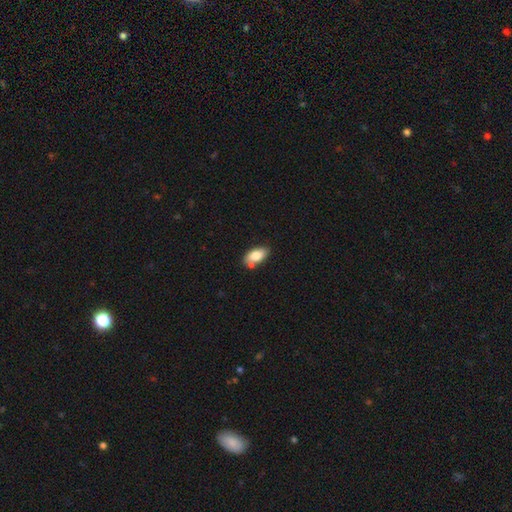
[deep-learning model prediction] The model was most divided on "merging": none: 64%, minor disturbance: 18%, merger: 14%, major disturbance: 4%. More confident: how rounded — in between (92%); smooth or featured — smooth (79%).